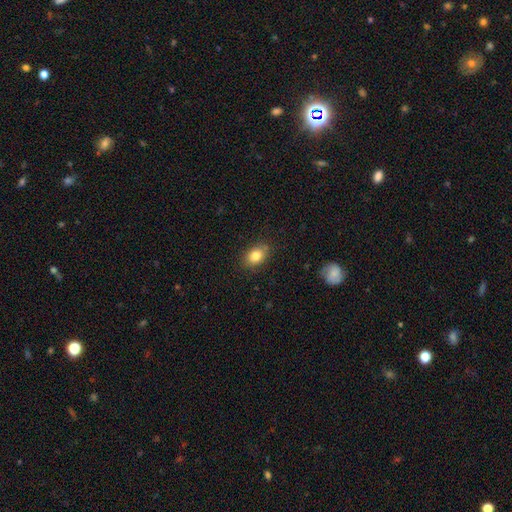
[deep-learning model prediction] smooth_or_featured: smooth (p=0.83) [alt: star or artifact p=0.09]
how_rounded: in between (p=0.76) [alt: round p=0.23]
merging: none (p=0.82) [alt: minor disturbance p=0.14]